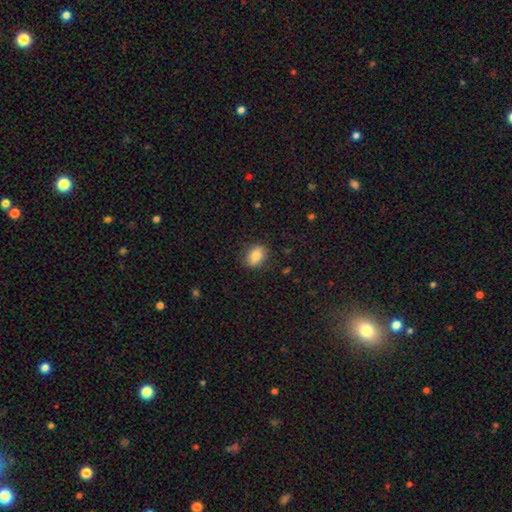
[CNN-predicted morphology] Smooth or featured?
  - smooth: 80% *
  - featured or disk: 11%
  - star or artifact: 9%
How rounded?
  - in between: 62% *
  - round: 37%
  - cigar-shaped: 2%
Merging?
  - none: 85% *
  - minor disturbance: 11%
  - major disturbance: 3%
  - merger: 1%